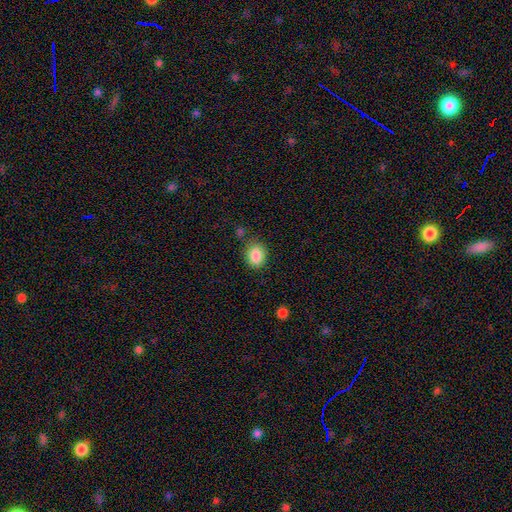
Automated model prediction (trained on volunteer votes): smooth_or_featured: smooth (p=0.86) [alt: star or artifact p=0.09]
how_rounded: round (p=0.51) [alt: in between p=0.48]
merging: none (p=0.82) [alt: minor disturbance p=0.12]